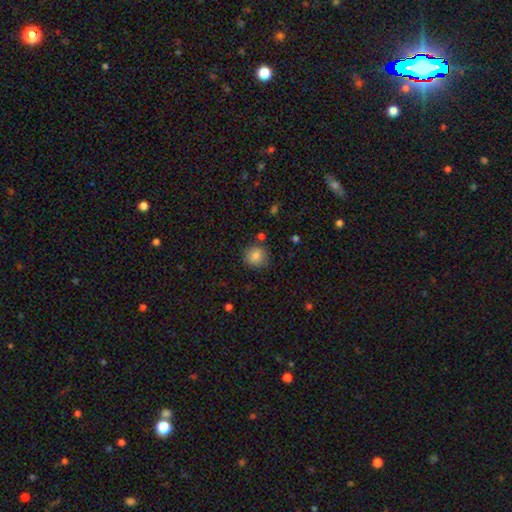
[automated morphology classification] smooth-or-featured: smooth: 84% | star or artifact: 10% | featured or disk: 6%
  how-rounded: round: 88% | in between: 12% | cigar-shaped: 1%
  merging: none: 82% | minor disturbance: 11% | merger: 4% | major disturbance: 3%